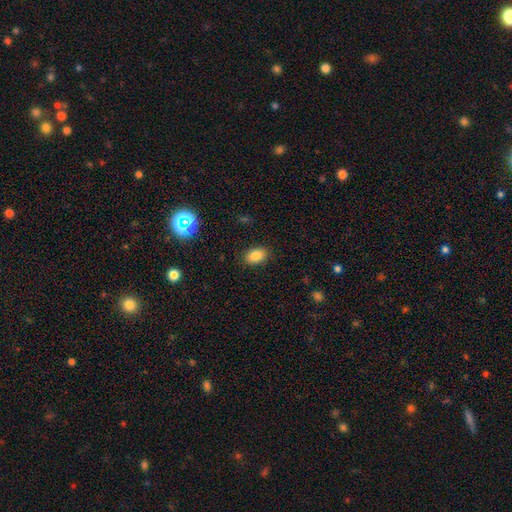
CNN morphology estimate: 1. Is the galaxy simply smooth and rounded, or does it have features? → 84% smooth, 10% star or artifact, 6% featured or disk.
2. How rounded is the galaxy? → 84% in between, 14% round, 1% cigar-shaped.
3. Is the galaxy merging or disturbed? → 88% none, 9% minor disturbance, 3% major disturbance, 1% merger.